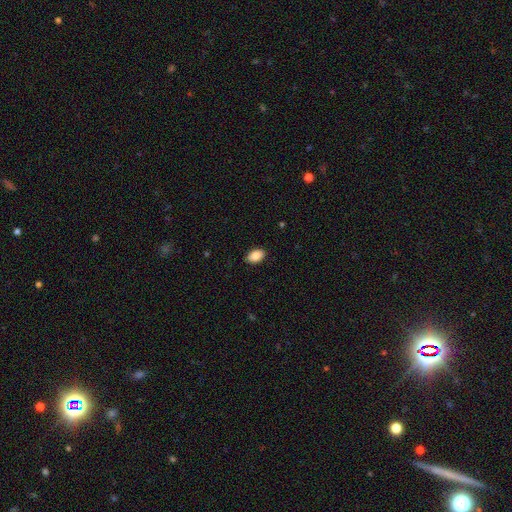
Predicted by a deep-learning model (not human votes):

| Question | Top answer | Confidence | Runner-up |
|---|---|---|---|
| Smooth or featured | smooth | 88% | star or artifact (7%) |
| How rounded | in between | 91% | round (8%) |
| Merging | none | 88% | minor disturbance (9%) |